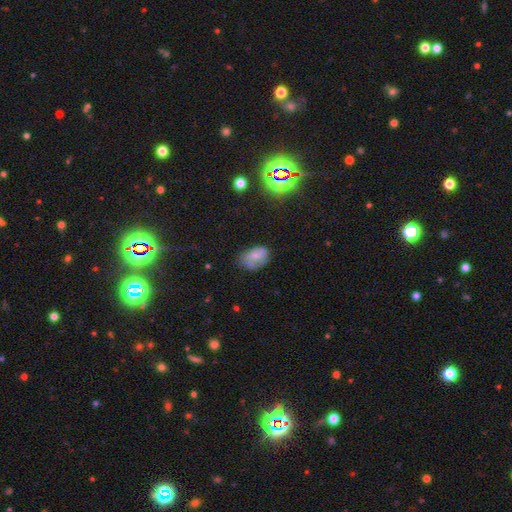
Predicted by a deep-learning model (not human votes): This appears to be a smooth galaxy with no disk features (60%) that is in between round and cigar-shaped (81%). Merging: none (56%).